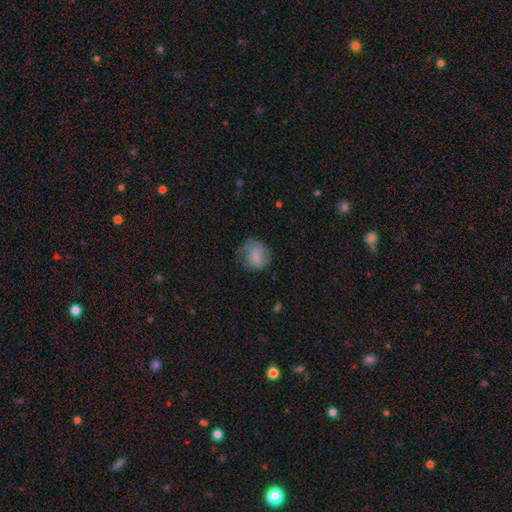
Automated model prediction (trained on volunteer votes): A smooth galaxy with no disk features (69%) that is round (76%). Merging: none (57%).